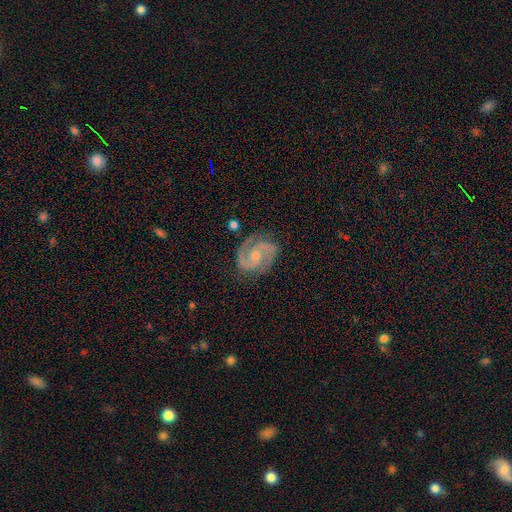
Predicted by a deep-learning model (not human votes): This appears to be a featured or disk galaxy (91%) with no bar (49%), 2 (93%) medium (58%) spiral arms (98%) and a small central bulge (46%). Merging: none (80%).